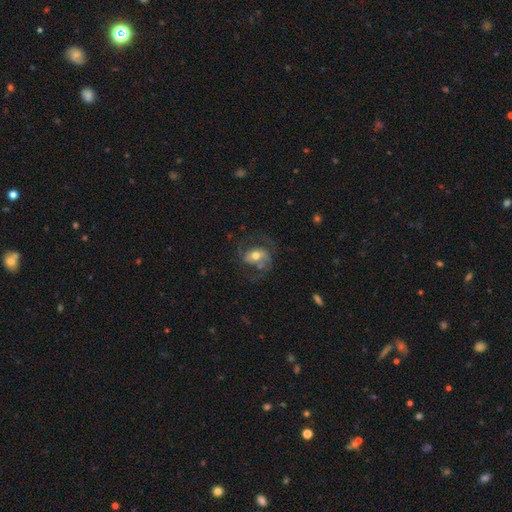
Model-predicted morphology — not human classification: The model was most divided on "bar": no: 42%, weak: 37%, strong: 21%. More confident: edge-on disk — no (97%); spiral arms — yes (90%); spiral arm count — 2 (83%); smooth or featured — featured or disk (75%); bulge size — moderate (69%); merging — none (61%); spiral winding — medium (52%).